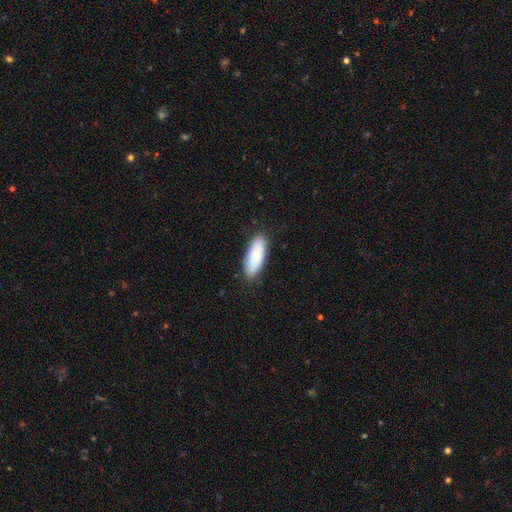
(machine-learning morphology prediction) Smooth or featured? Predicted: smooth (p=0.81). How rounded? Predicted: in between (p=0.73). Merging? Predicted: none (p=0.87).